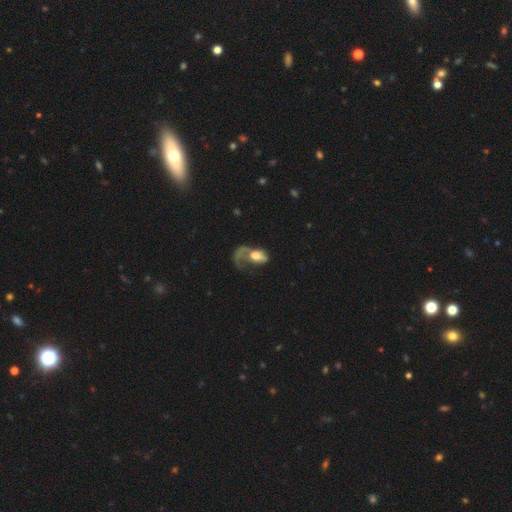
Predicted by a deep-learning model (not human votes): This is possibly a featured or disk galaxy (47%). Merging: likely major disturbance (64%).